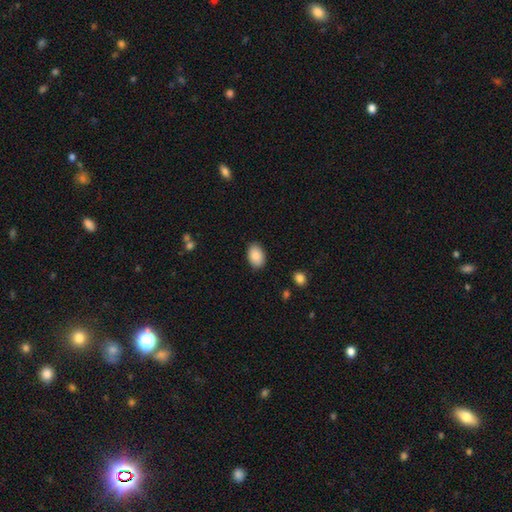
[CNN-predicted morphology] This is clearly a smooth galaxy (88%). How rounded: clearly in between (88%). Merging: clearly none (87%).